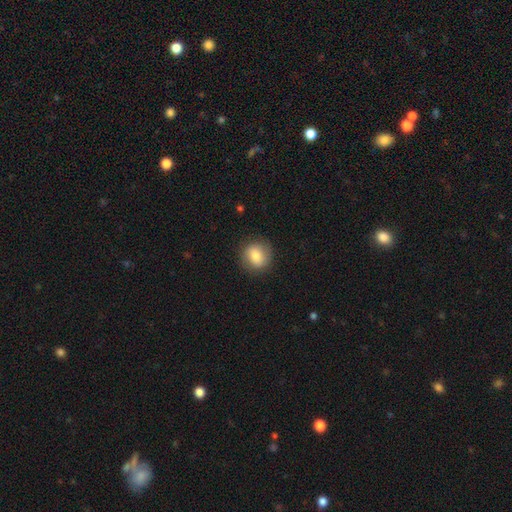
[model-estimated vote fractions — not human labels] This appears to be a smooth galaxy with no disk features (76%) that is round (79%). Merging: none (84%).